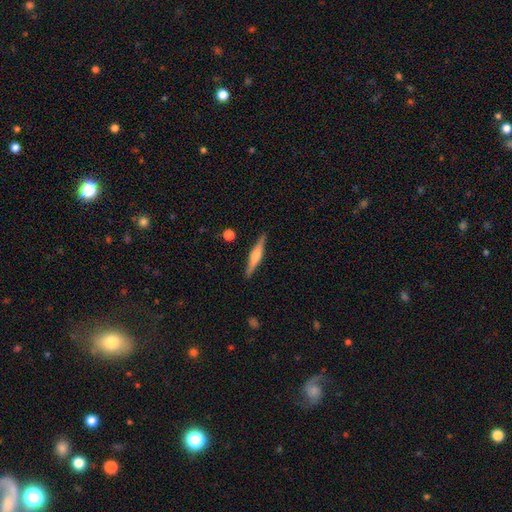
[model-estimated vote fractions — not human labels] A featured or disk galaxy (60%) viewed edge-on (97%) with a rounded central bulge (72%). Merging: none (89%).